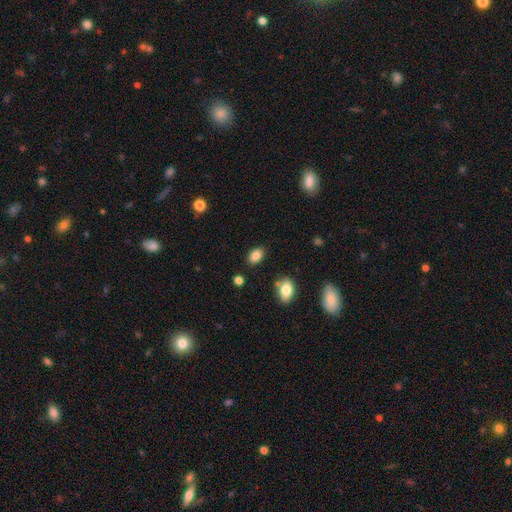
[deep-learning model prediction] Smooth or featured? smooth (85%)
How rounded? in between (88%)
Merging? none (85%)